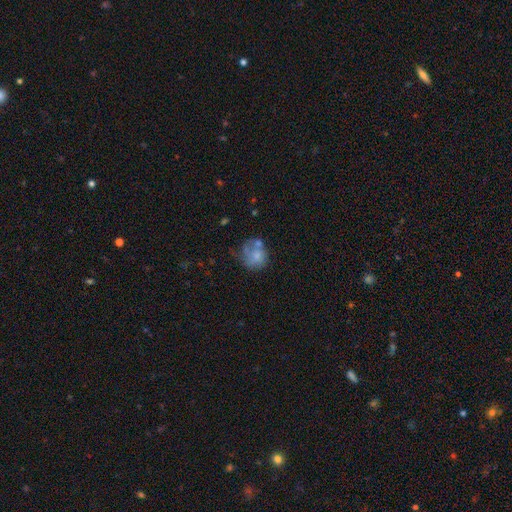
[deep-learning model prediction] This appears to be a smooth galaxy with no disk features (58%) that is round (71%). Merging: none (38%).